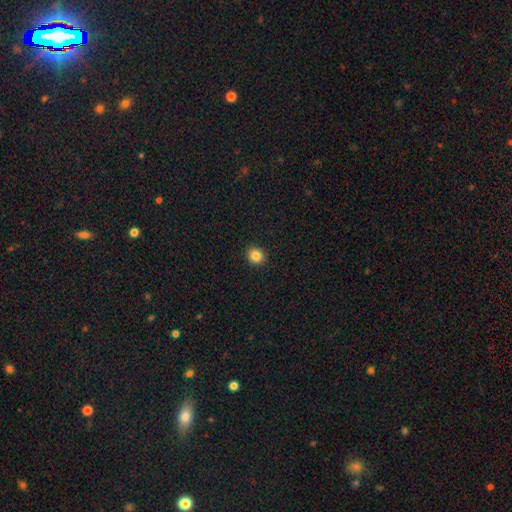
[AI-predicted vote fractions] A smooth galaxy with no disk features (85%) that is round (84%).

Vote fractions:
- Smooth or featured? smooth: 85% / star or artifact: 10% / featured or disk: 5%
- How rounded? round: 84% / in between: 15% / cigar-shaped: 1%
- Merging? none: 93% / minor disturbance: 5% / major disturbance: 2% / merger: 1%